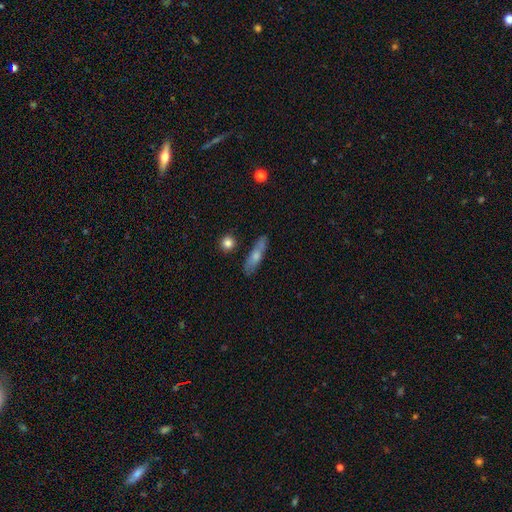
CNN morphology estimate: A smooth galaxy with no disk features (60%) that is cigar-shaped (69%). Merging: none (77%).